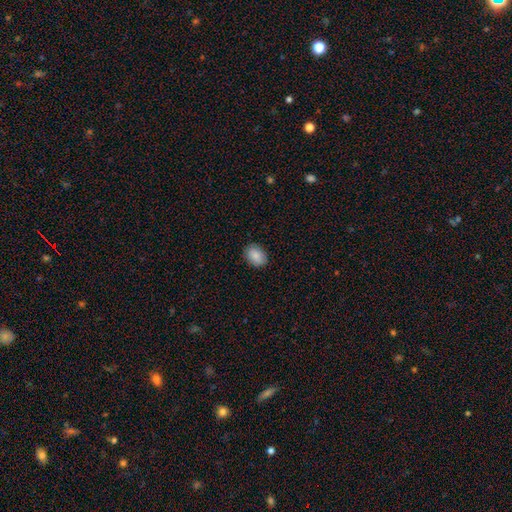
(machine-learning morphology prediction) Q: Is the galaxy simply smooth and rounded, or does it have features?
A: smooth — 88%.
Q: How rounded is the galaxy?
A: in between — 75%.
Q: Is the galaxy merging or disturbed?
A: none — 87%.